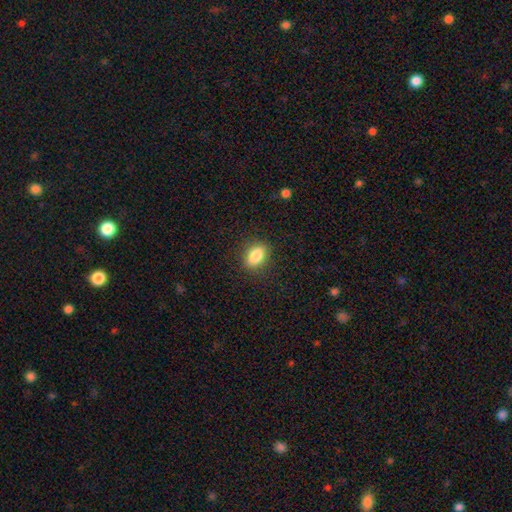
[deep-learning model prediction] Smooth or featured? smooth (85%)
How rounded? in between (83%)
Merging? none (87%)